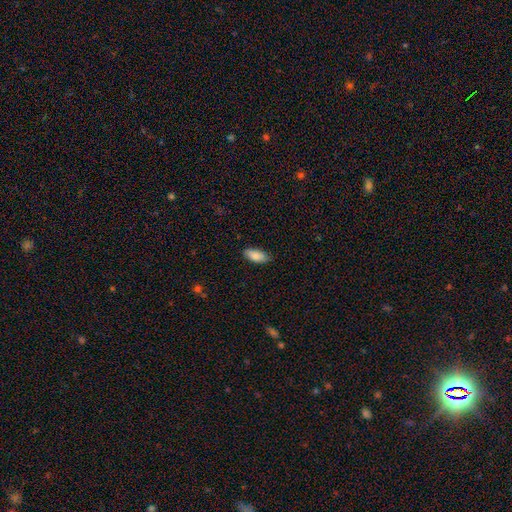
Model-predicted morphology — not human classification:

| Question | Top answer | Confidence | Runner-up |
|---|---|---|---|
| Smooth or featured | smooth | 88% | star or artifact (6%) |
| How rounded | in between | 86% | cigar-shaped (13%) |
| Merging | none | 83% | minor disturbance (14%) |